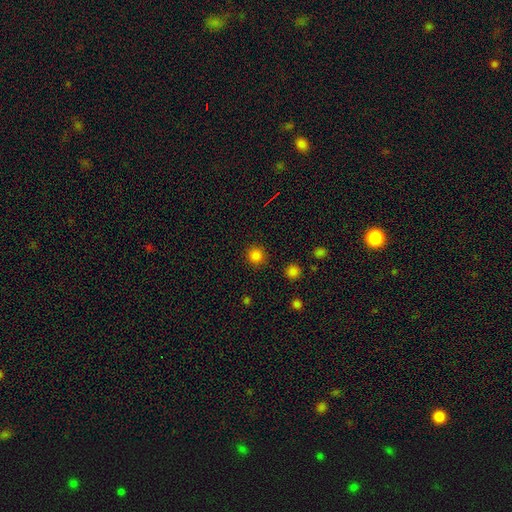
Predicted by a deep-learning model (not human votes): Smooth or featured?
  - smooth: 82% *
  - star or artifact: 14%
  - featured or disk: 4%
How rounded?
  - round: 94% *
  - in between: 5%
  - cigar-shaped: 1%
Merging?
  - none: 90% *
  - minor disturbance: 6%
  - major disturbance: 2%
  - merger: 2%